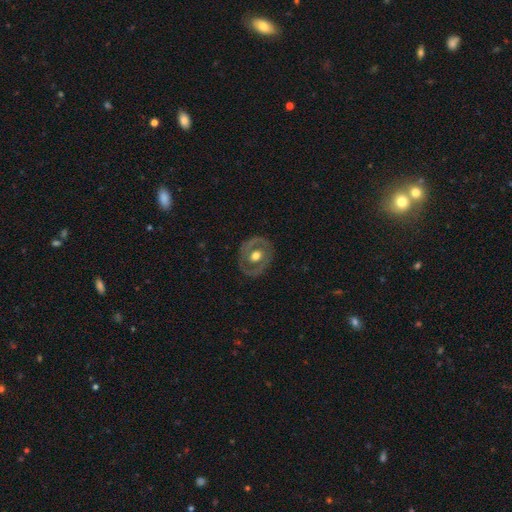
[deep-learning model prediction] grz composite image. It shows a featured or disk galaxy (63%) with no bar (72%), no spiral arms (69%) and a moderate central bulge (66%). Merging: none (80%).